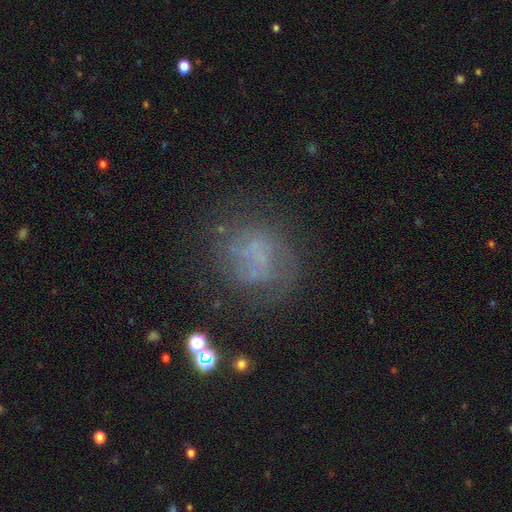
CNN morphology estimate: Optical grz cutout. It shows a featured or disk galaxy (49%). Merging: none (60%).